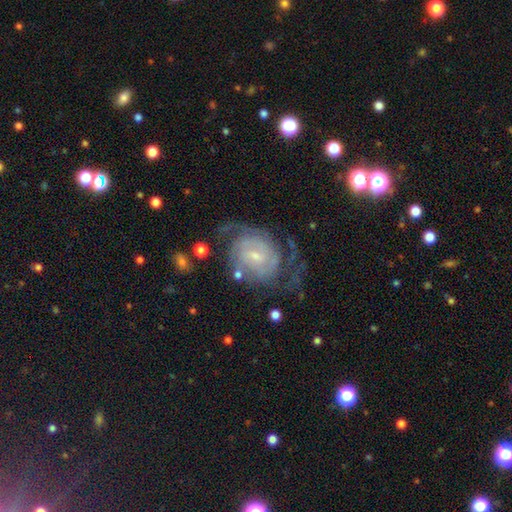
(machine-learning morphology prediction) This is clearly a featured or disk galaxy (84%). It is clearly not viewed edge-on (97%). Bar: possibly weak (49%). Spiral arm pattern: clearly yes (93%). Spiral arm count: marginally 2 (44%). Spiral winding: possibly tight (53%). Central bulge: likely small (67%). Merging: possibly none (56%).